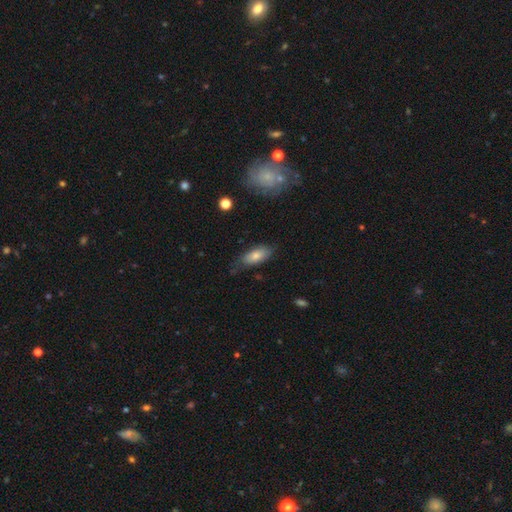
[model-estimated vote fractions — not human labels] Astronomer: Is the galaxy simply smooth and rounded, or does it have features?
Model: smooth — 75%.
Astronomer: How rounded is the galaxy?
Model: in between — 82%.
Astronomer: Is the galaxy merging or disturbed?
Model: none — 69%.